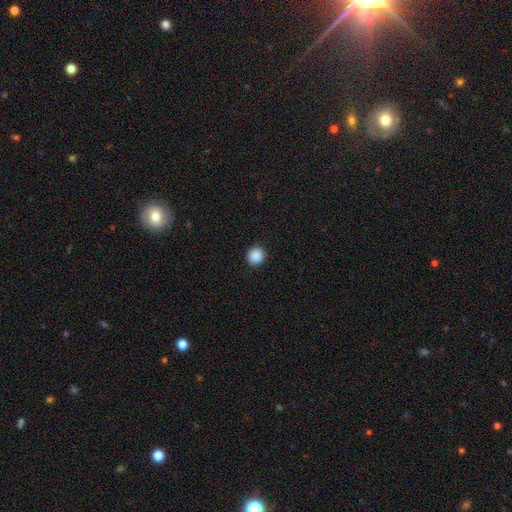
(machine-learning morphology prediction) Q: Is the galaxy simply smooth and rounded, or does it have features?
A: smooth — 89%.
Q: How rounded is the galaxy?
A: round — 91%.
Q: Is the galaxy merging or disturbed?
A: none — 92%.